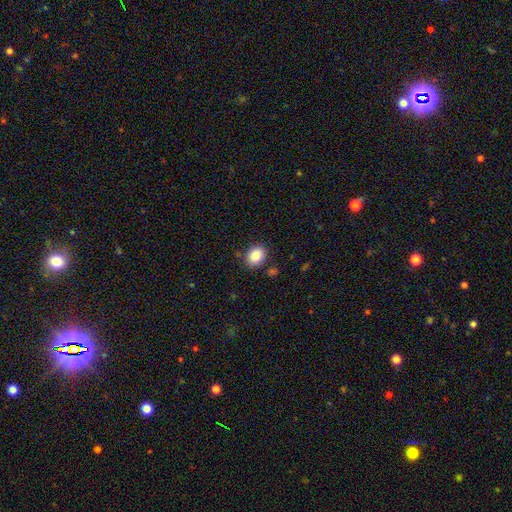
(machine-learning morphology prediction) This is clearly a smooth galaxy (88%). How rounded: possibly in between (59%). Merging: clearly none (83%).